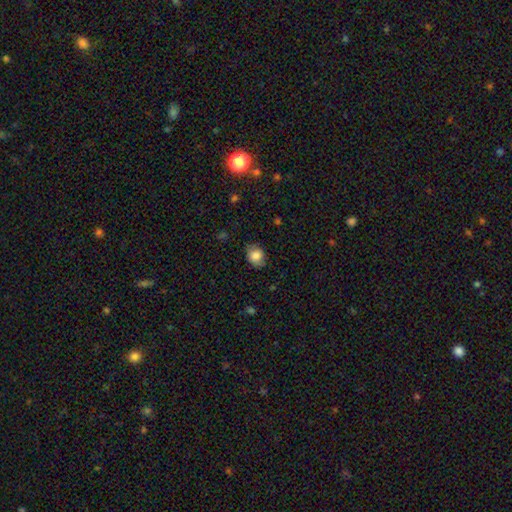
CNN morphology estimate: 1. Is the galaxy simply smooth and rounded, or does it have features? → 81% smooth, 11% featured or disk, 9% star or artifact.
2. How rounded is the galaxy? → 53% in between, 46% round, 1% cigar-shaped.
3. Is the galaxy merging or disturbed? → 77% none, 18% minor disturbance, 4% major disturbance, 1% merger.